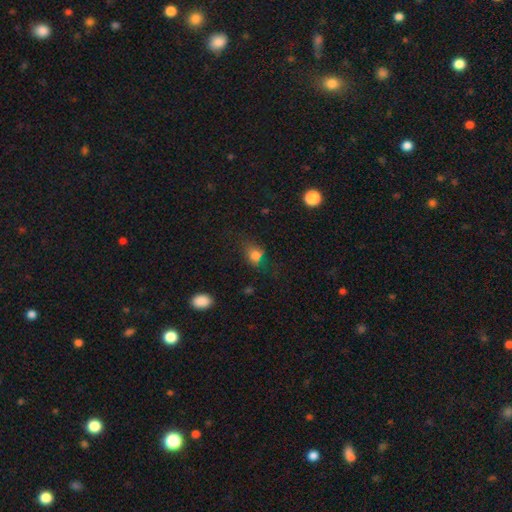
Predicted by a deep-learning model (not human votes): A smooth galaxy with no disk features (76%) that is in between round and cigar-shaped (56%).

Vote fractions:
- Smooth or featured? smooth: 76% / star or artifact: 15% / featured or disk: 9%
- How rounded? in between: 56% / round: 42% / cigar-shaped: 3%
- Merging? none: 57% / minor disturbance: 24% / major disturbance: 13% / merger: 6%